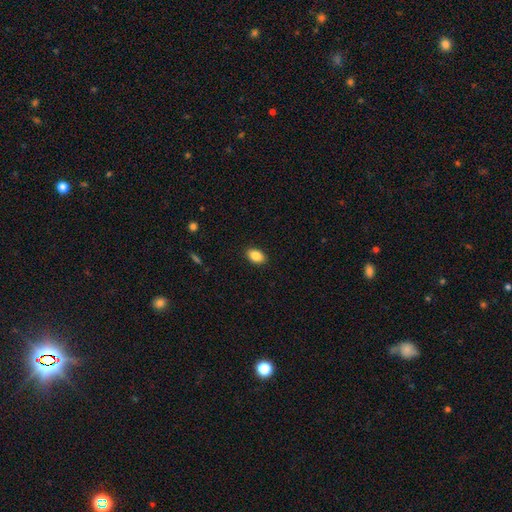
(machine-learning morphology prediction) A smooth galaxy with no disk features (86%) that is in between round and cigar-shaped (88%). Merging: none (90%).